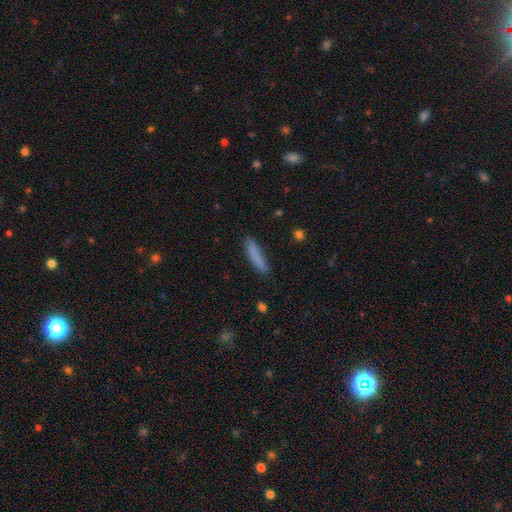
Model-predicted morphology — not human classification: This appears to be a smooth galaxy with no disk features (83%) that is cigar-shaped (89%). Merging: none (84%).